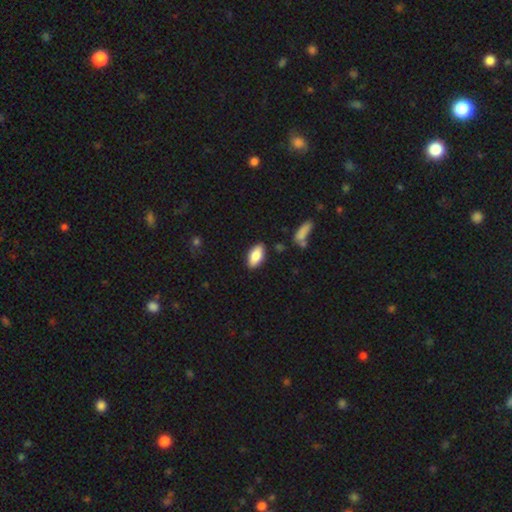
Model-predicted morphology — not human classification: Q: Smooth or featured?
A: smooth (82%); runner-up: featured or disk (11%)
Q: How rounded?
A: in between (89%); runner-up: cigar-shaped (8%)
Q: Merging?
A: none (86%); runner-up: minor disturbance (10%)